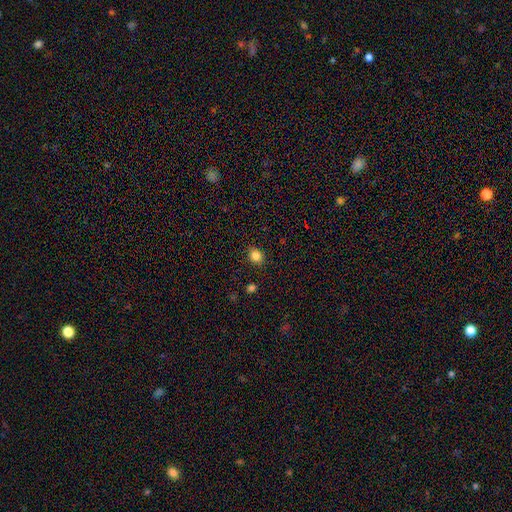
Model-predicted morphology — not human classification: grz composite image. It shows a smooth galaxy with no disk features (85%) that is round (65%). Merging: none (89%).